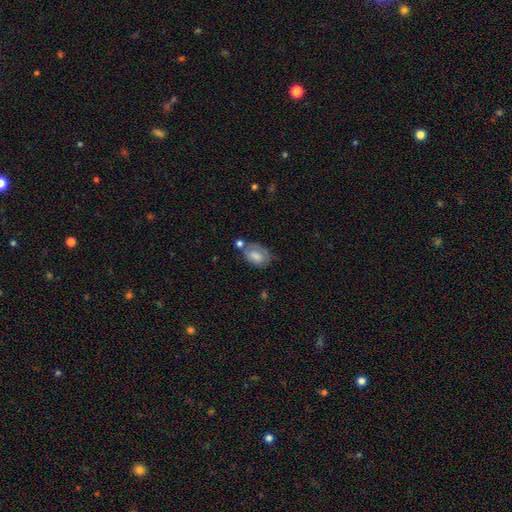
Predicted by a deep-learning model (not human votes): This is likely a smooth galaxy (68%). How rounded: clearly in between (86%). Merging: marginally none (41%).